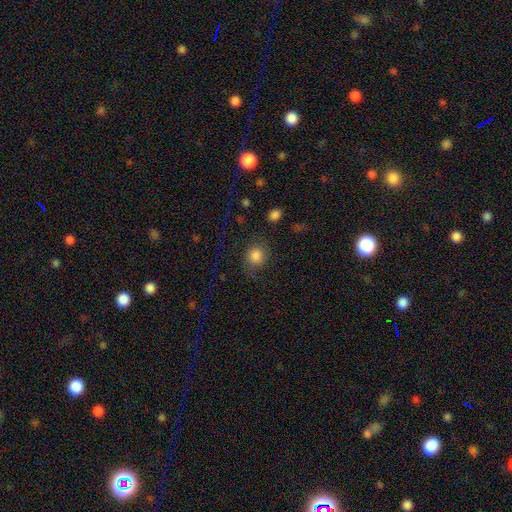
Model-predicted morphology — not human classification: This appears to be a smooth galaxy with no disk features (84%) that is round (83%). Merging: none (76%).